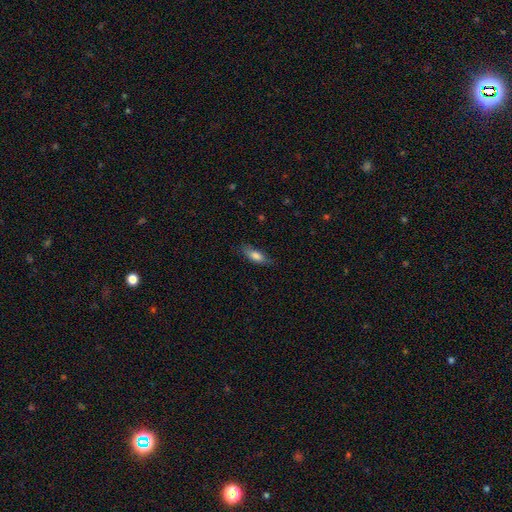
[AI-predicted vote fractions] Smooth or featured: smooth — 78% (featured or disk — 15%)
How rounded: in between — 64% (cigar-shaped — 33%)
Merging: none — 77% (minor disturbance — 18%)